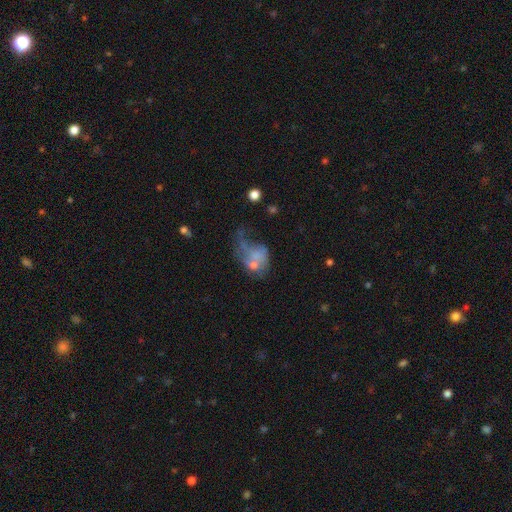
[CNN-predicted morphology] Overall: featured or disk (45%; smooth 43%). Merging: major disturbance (49%; merger 21%).